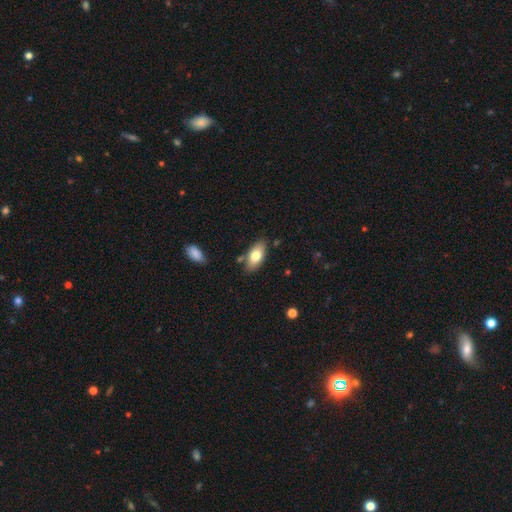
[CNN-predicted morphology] smooth_or_featured: smooth (p=0.75) [alt: featured or disk p=0.19]
how_rounded: in between (p=0.89) [alt: cigar-shaped p=0.08]
merging: none (p=0.79) [alt: minor disturbance p=0.13]